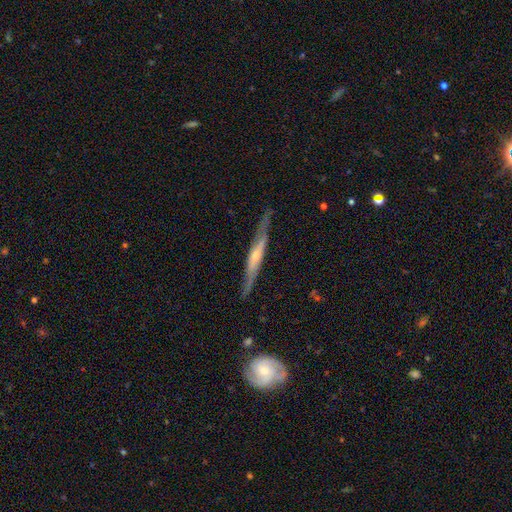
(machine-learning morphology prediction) The model was most divided on "edge-on bulge": rounded: 61%, none: 26%, boxy: 12%. More confident: edge-on disk — yes (90%); merging — none (79%); smooth or featured — featured or disk (75%).